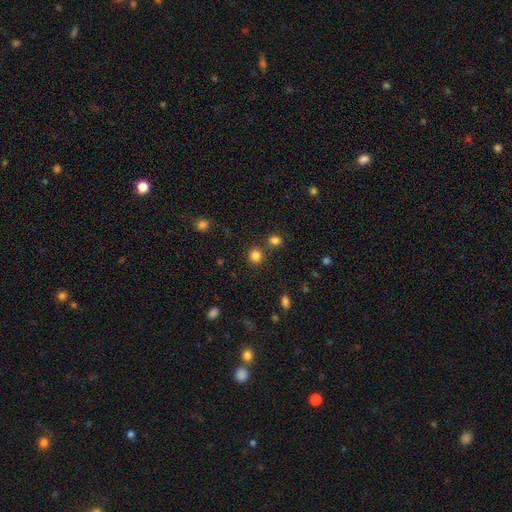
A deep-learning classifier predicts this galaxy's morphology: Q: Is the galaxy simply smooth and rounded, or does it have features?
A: smooth — 82%.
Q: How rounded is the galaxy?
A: round — 89%.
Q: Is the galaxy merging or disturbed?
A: none — 79%.